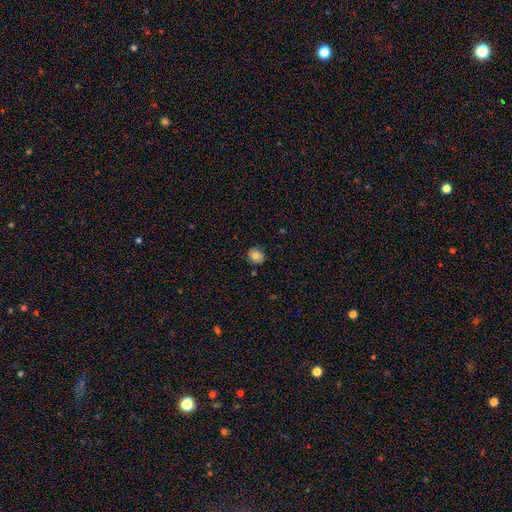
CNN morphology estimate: A smooth galaxy with no disk features (74%) that is round (77%). Merging: none (80%).